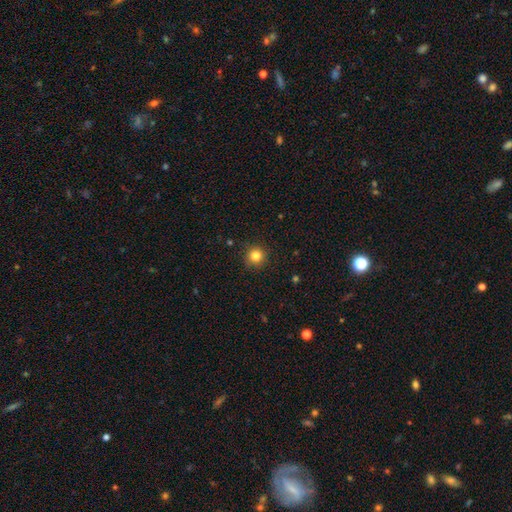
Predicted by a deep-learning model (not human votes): smooth-or-featured: smooth: 82% | star or artifact: 13% | featured or disk: 5%
  how-rounded: round: 95% | in between: 5% | cigar-shaped: 1%
  merging: none: 89% | minor disturbance: 7% | major disturbance: 2% | merger: 1%